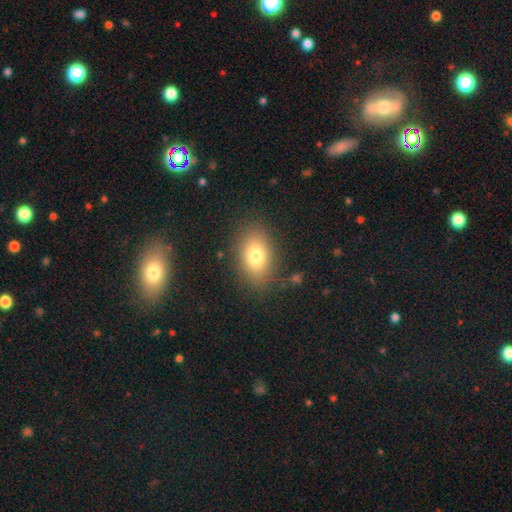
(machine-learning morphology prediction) The model was most divided on "smooth or featured": smooth: 78%, featured or disk: 12%, star or artifact: 10%. More confident: how rounded — in between (84%); merging — none (84%).